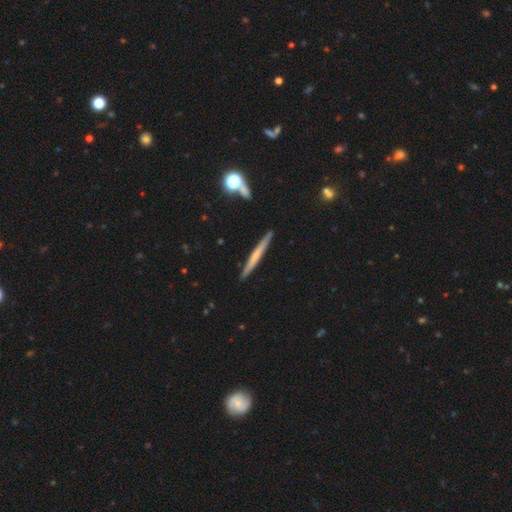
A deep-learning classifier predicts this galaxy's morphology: Smooth or featured: smooth — 47% (tied with featured or disk — 47%)
Merging: none — 90% (minor disturbance — 7%)